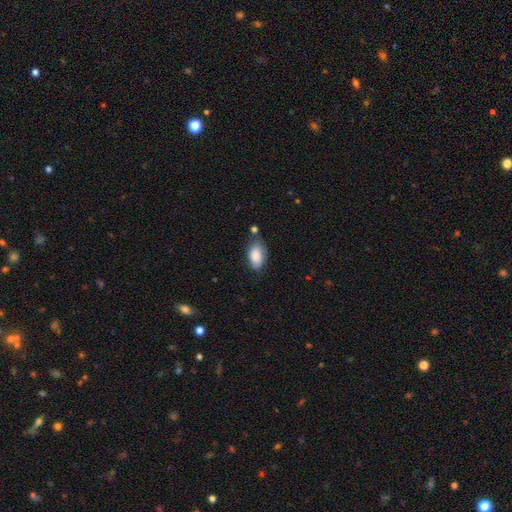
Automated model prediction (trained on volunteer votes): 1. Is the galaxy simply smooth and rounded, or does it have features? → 86% smooth, 8% featured or disk, 6% star or artifact.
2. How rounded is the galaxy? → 93% in between, 4% round, 3% cigar-shaped.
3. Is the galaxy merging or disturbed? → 65% none, 24% minor disturbance, 5% merger, 5% major disturbance.